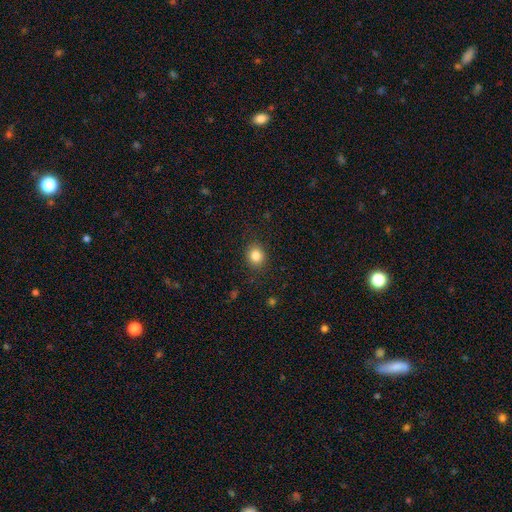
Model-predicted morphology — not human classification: Q: Smooth or featured?
A: smooth (84%); runner-up: star or artifact (10%)
Q: How rounded?
A: round (72%); runner-up: in between (27%)
Q: Merging?
A: none (88%); runner-up: minor disturbance (8%)